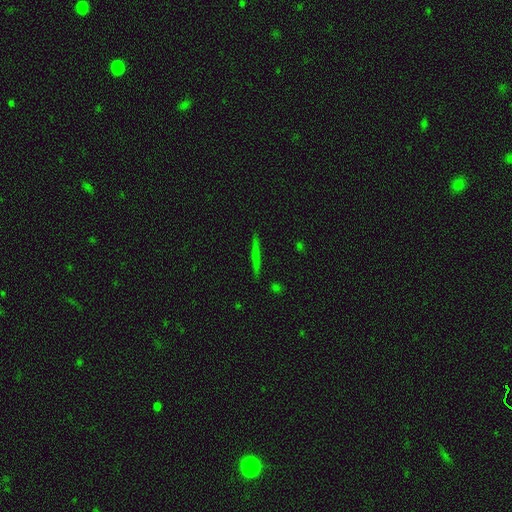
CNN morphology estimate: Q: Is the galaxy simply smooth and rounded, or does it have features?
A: smooth — 48%.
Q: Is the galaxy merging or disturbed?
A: none — 91%.